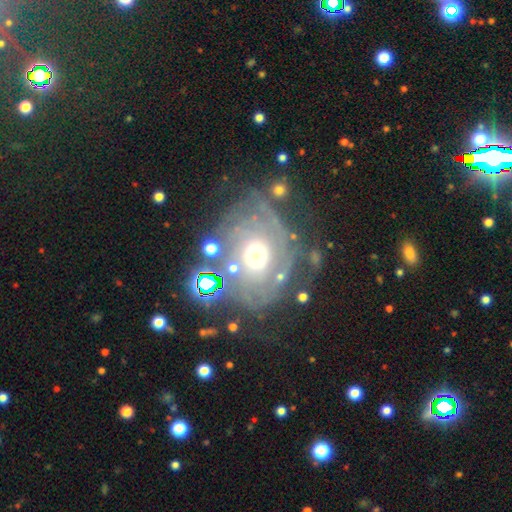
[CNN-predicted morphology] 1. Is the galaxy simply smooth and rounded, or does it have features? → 73% featured or disk, 16% smooth, 11% star or artifact.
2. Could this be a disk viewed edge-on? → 96% no, 4% yes.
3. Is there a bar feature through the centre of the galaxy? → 82% no, 13% weak, 5% strong.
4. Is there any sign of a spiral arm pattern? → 75% yes, 25% no.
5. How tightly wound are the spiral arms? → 62% tight, 26% medium, 11% loose.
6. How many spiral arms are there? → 45% can't tell, 21% 2, 12% 3, 7% more than 4, 7% 4, 7% 1.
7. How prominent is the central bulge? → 62% moderate, 23% large, 10% small, 3% dominant, 2% none.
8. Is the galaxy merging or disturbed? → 61% none, 19% minor disturbance, 16% major disturbance, 5% merger.